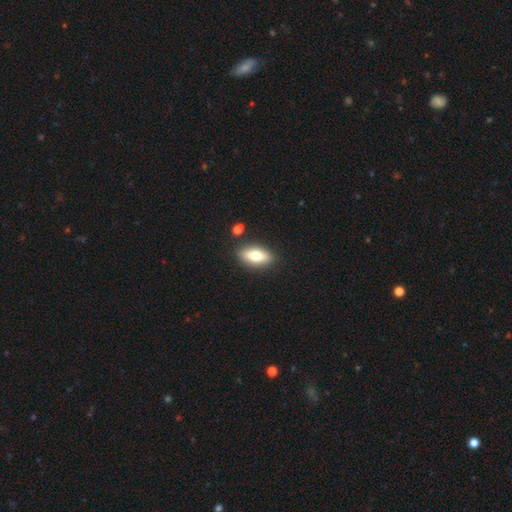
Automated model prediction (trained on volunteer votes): smooth 71%, featured or disk 22%, star or artifact 7%. Down the decision tree: how rounded — in between (83%); merging — none (84%).